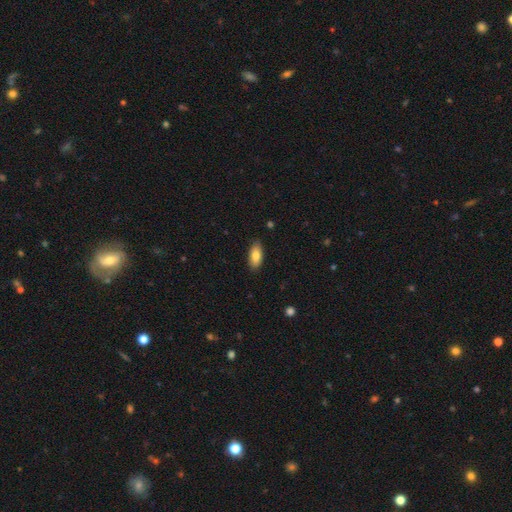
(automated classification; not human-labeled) This is clearly a smooth galaxy (80%). How rounded: clearly in between (87%). Merging: clearly none (86%).